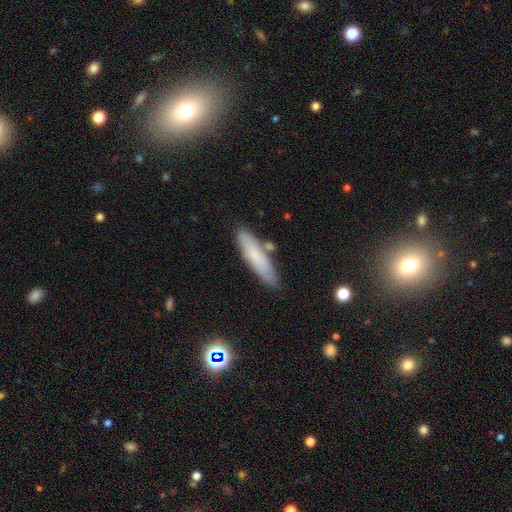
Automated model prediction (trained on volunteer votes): smooth-or-featured: smooth: 75% | featured or disk: 18% | star or artifact: 7%
  how-rounded: cigar-shaped: 77% | in between: 22% | round: 2%
  merging: none: 80% | minor disturbance: 13% | merger: 5% | major disturbance: 3%